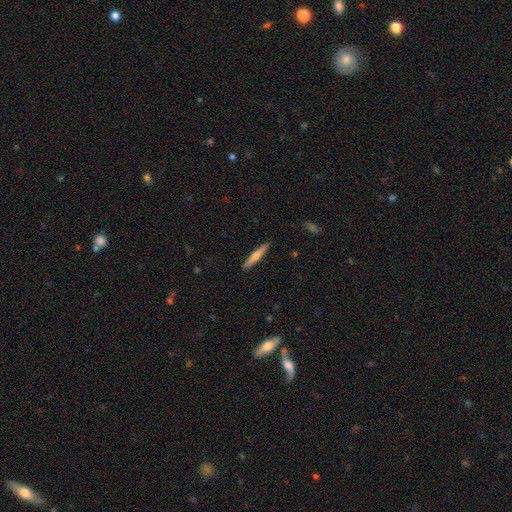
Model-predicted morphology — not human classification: The model was most divided on "smooth or featured": smooth: 51%, featured or disk: 44%, star or artifact: 6%. More confident: how rounded — cigar-shaped (92%); merging — none (91%).